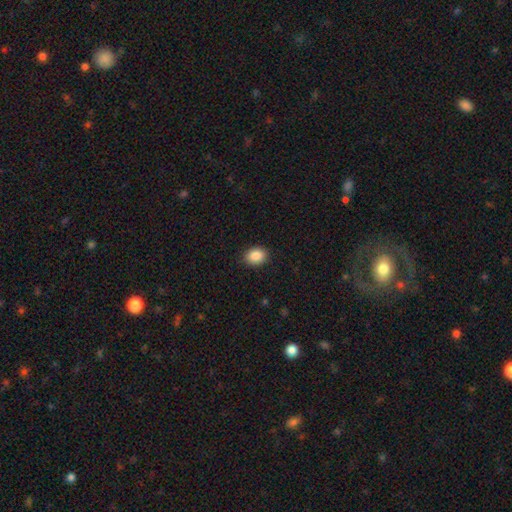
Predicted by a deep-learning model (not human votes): This is clearly a smooth galaxy (89%). How rounded: possibly in between (59%). Merging: clearly none (89%).